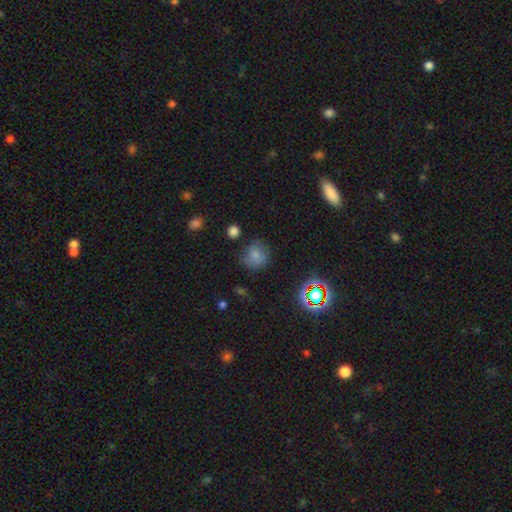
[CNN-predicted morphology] Overall: smooth (73%). How rounded: round (83%). Merging: none (72%).